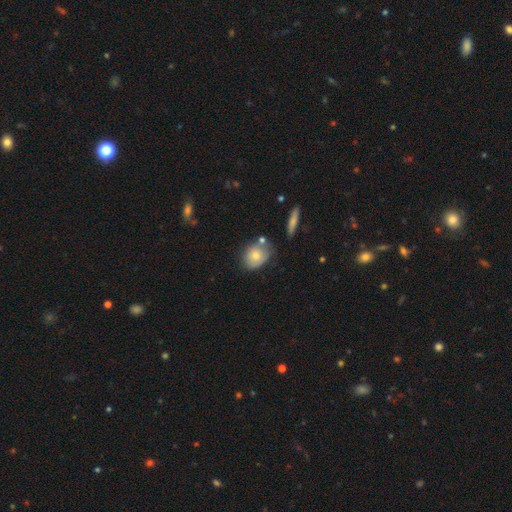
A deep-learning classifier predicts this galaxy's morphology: The model was most divided on "how rounded": in between: 53%, round: 45%, cigar-shaped: 2%. More confident: smooth or featured — smooth (71%); merging — none (59%).